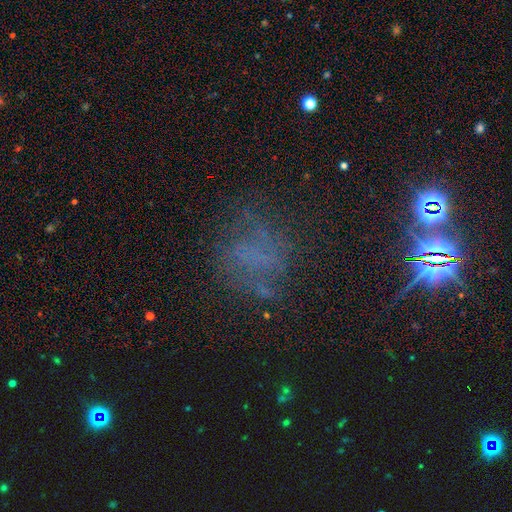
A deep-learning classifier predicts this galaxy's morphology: A star or artifact, not a galaxy (39%).

Vote fractions:
- Smooth or featured? star or artifact: 39% / featured or disk: 32% / smooth: 29%